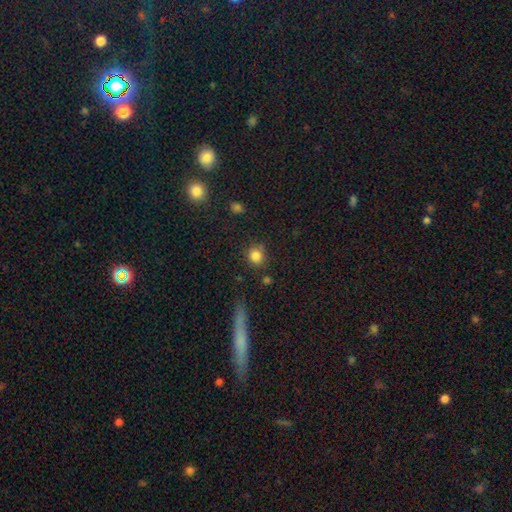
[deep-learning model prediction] Smooth or featured?
  - smooth: 83% *
  - star or artifact: 11%
  - featured or disk: 5%
How rounded?
  - round: 86% *
  - in between: 12%
  - cigar-shaped: 1%
Merging?
  - none: 78% *
  - minor disturbance: 13%
  - merger: 5%
  - major disturbance: 4%